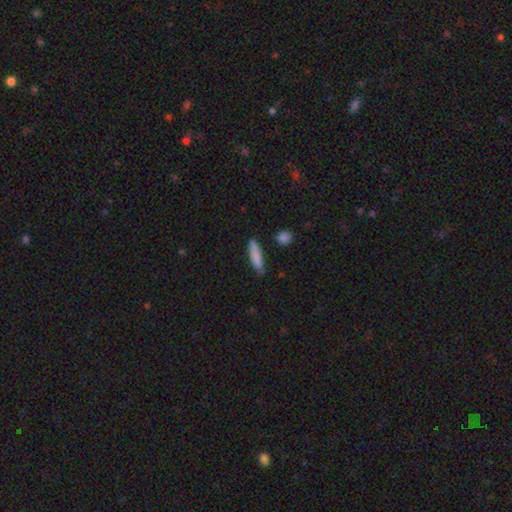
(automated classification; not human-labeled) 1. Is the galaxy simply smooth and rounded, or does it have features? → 85% smooth, 9% featured or disk, 6% star or artifact.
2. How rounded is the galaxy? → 77% cigar-shaped, 22% in between, 2% round.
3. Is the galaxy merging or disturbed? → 79% none, 16% minor disturbance, 3% major disturbance, 2% merger.